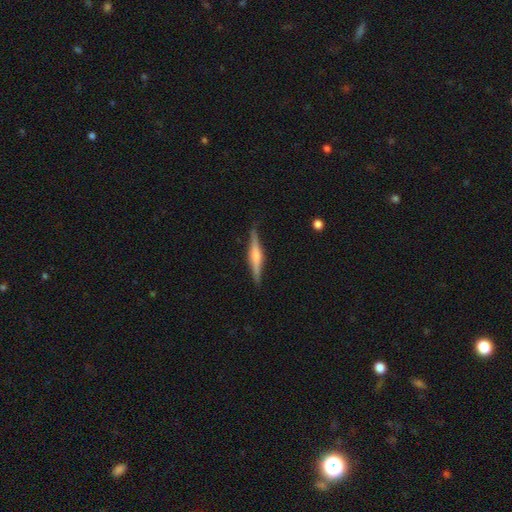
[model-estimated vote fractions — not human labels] A featured or disk galaxy (68%) viewed edge-on (98%) with a rounded central bulge (76%).

Vote fractions:
- Smooth or featured? featured or disk: 68% / smooth: 26% / star or artifact: 6%
- Edge-on disk? yes: 98% / no: 2%
- Edge-on bulge? rounded: 76% / boxy: 16% / none: 8%
- Merging? none: 87% / minor disturbance: 10% / major disturbance: 2% / merger: 1%